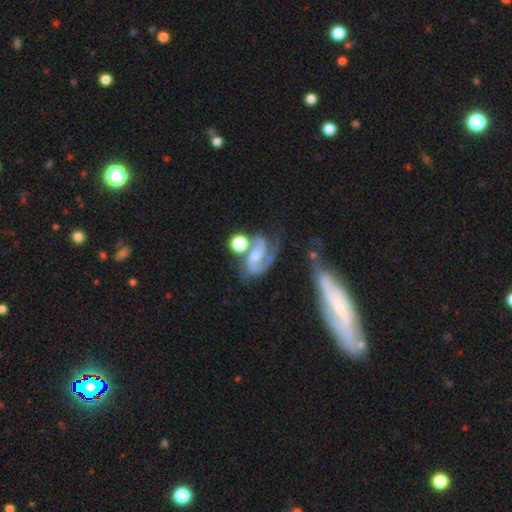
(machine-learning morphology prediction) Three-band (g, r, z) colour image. It shows a featured or disk galaxy (83%) with no bar (47%), 2 (76%) medium (53%) spiral arms (96%) and a moderate central bulge (34%). Merging: none (39%).